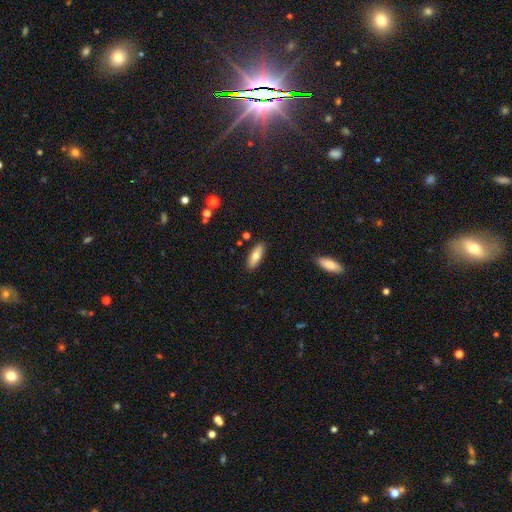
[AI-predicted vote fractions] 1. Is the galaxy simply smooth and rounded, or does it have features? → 72% smooth, 22% featured or disk, 6% star or artifact.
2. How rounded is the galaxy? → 66% in between, 32% cigar-shaped, 2% round.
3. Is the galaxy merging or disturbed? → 88% none, 9% minor disturbance, 2% merger, 2% major disturbance.